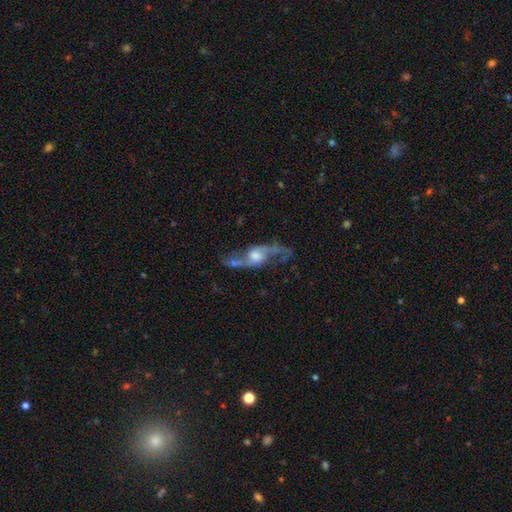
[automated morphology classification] Smooth or featured?
  - featured or disk: 82% *
  - smooth: 11%
  - star or artifact: 7%
Edge-on disk?
  - no: 81% *
  - yes: 19%
Bar?
  - no: 56% *
  - weak: 33%
  - strong: 11%
Spiral arms?
  - yes: 90% *
  - no: 10%
Spiral winding?
  - loose: 81% *
  - medium: 15%
  - tight: 4%
Spiral arm count?
  - 2: 92% *
  - can't tell: 3%
  - 1: 2%
  - 3: 1%
  - 4: 1%
  - more than 4: 1%
Bulge size?
  - moderate: 47% *
  - large: 29%
  - small: 15%
  - none: 5%
  - dominant: 3%
Merging?
  - none: 57% *
  - minor disturbance: 18%
  - major disturbance: 17%
  - merger: 9%